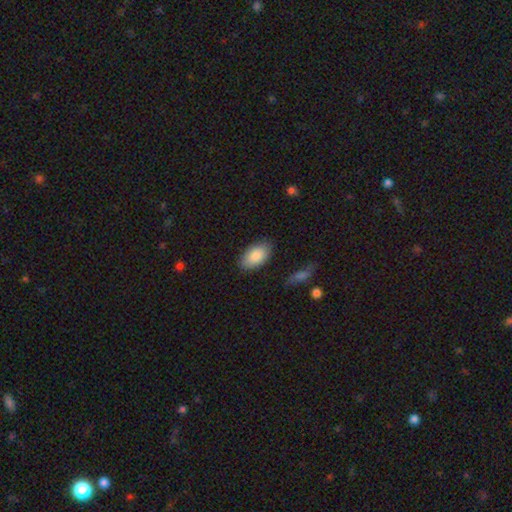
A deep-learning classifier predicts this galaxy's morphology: smooth 86%, featured or disk 8%, star or artifact 6%. Down the decision tree: how rounded — in between (94%); merging — none (83%).